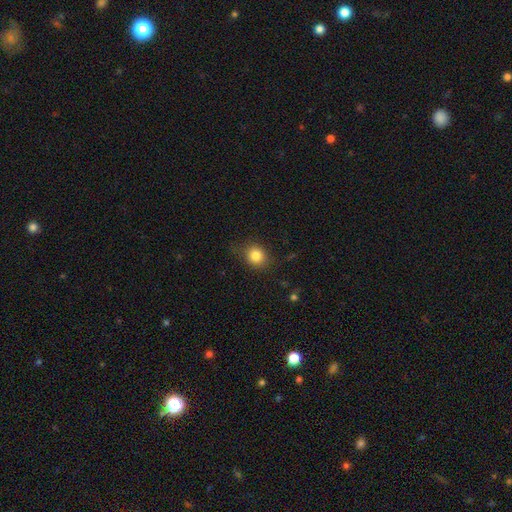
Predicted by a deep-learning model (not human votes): Overall: smooth (83%). How rounded: round (70%). Merging: none (77%).